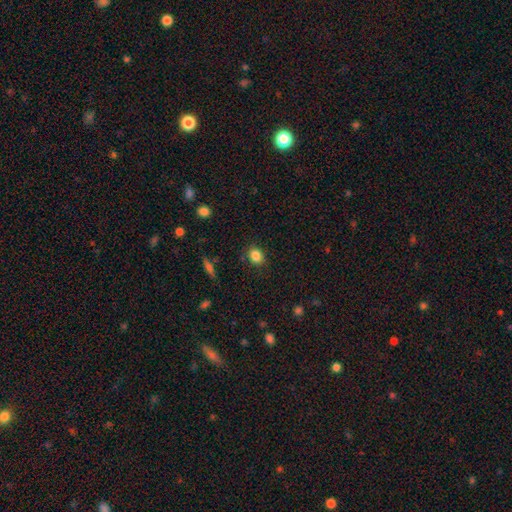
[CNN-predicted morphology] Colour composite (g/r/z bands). It shows a smooth galaxy with no disk features (85%) that is round (57%). Merging: none (84%).